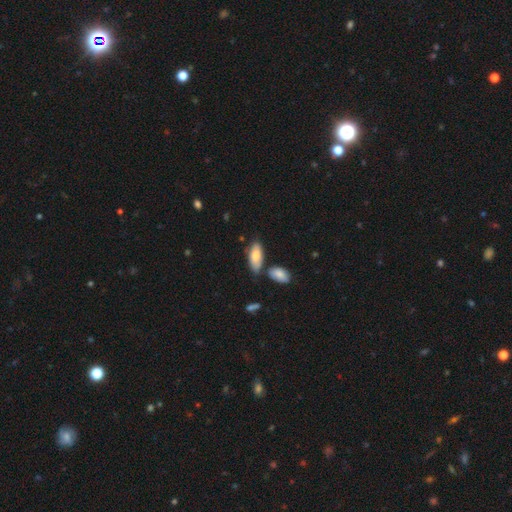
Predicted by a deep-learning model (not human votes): Smooth or featured? smooth (73%)
How rounded? in between (85%)
Merging? none (60%)